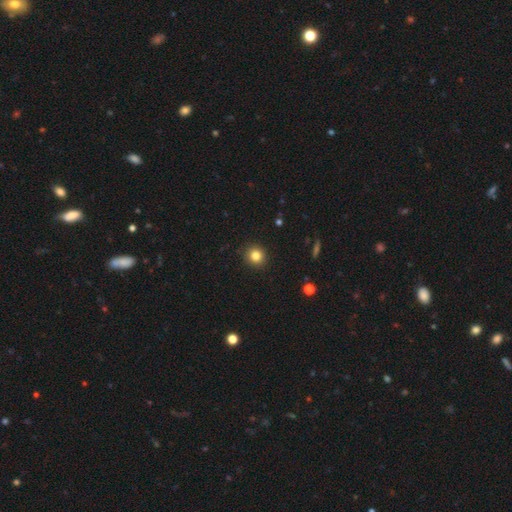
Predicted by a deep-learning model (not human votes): Smooth or featured?
  - smooth: 82% *
  - star or artifact: 12%
  - featured or disk: 6%
How rounded?
  - round: 90% *
  - in between: 9%
  - cigar-shaped: 1%
Merging?
  - none: 91% *
  - minor disturbance: 6%
  - major disturbance: 2%
  - merger: 1%